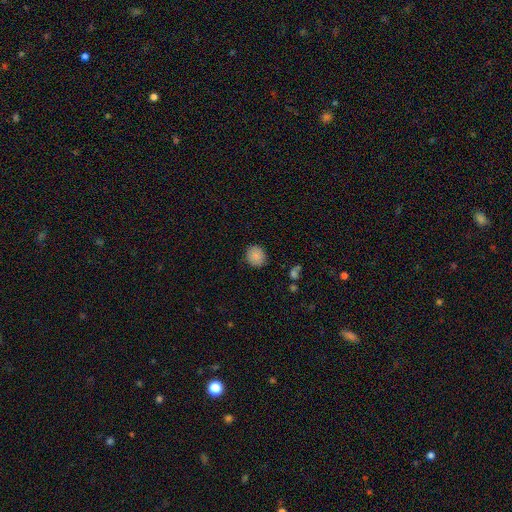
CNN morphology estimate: The model was most divided on "how rounded": round: 83%, in between: 16%, cigar-shaped: 1%. More confident: merging — none (88%); smooth or featured — smooth (85%).